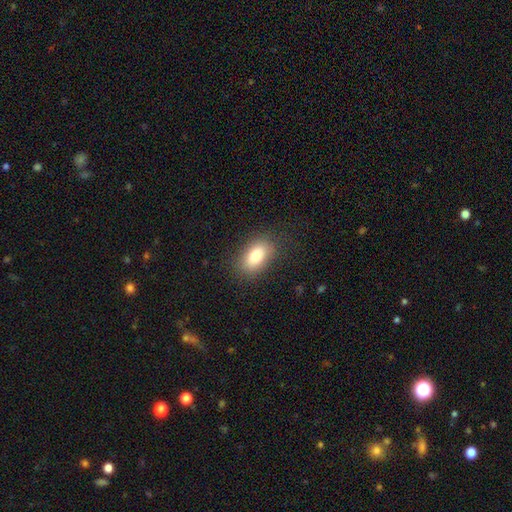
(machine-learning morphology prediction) Smooth or featured: smooth — 82% (featured or disk — 10%)
How rounded: in between — 90% (round — 7%)
Merging: none — 83% (minor disturbance — 12%)